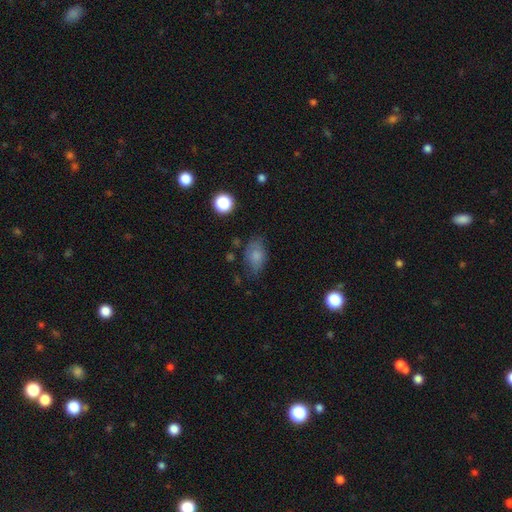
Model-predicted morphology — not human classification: smooth 74%, featured or disk 15%, star or artifact 11%. Down the decision tree: how rounded — in between (84%); merging — none (59%).